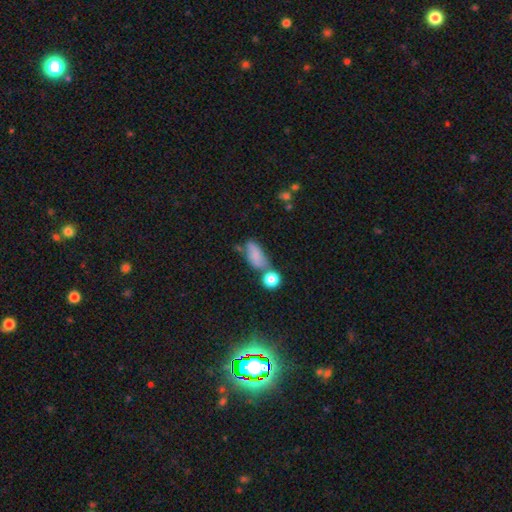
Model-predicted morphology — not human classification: A smooth galaxy with no disk features (74%) that is in between round and cigar-shaped (78%).

Vote fractions:
- Smooth or featured? smooth: 74% / featured or disk: 15% / star or artifact: 10%
- How rounded? in between: 78% / cigar-shaped: 14% / round: 8%
- Merging? none: 41% / merger: 26% / minor disturbance: 21% / major disturbance: 11%